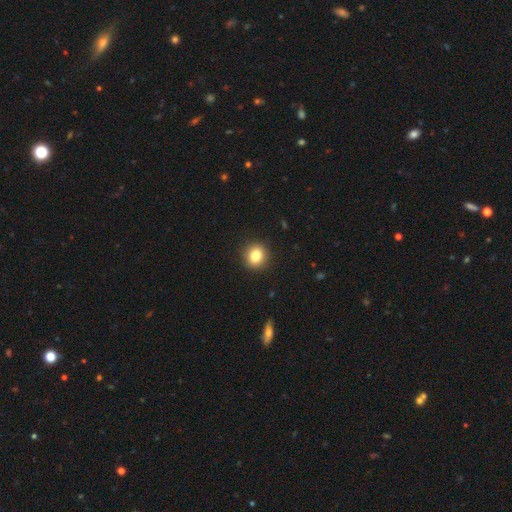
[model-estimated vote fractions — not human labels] Smooth or featured: smooth — 83% (star or artifact — 10%)
How rounded: round — 84% (in between — 15%)
Merging: none — 92% (minor disturbance — 5%)